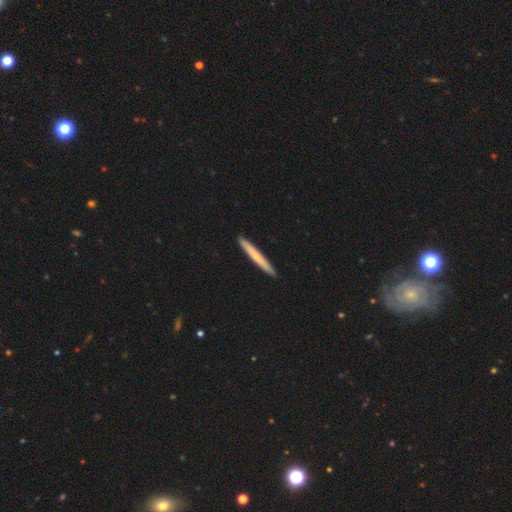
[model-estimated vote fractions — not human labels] Smooth or featured?
  - smooth: 64% *
  - featured or disk: 31%
  - star or artifact: 5%
How rounded?
  - cigar-shaped: 97% *
  - in between: 2%
  - round: 1%
Merging?
  - none: 93% *
  - minor disturbance: 5%
  - major disturbance: 1%
  - merger: 1%